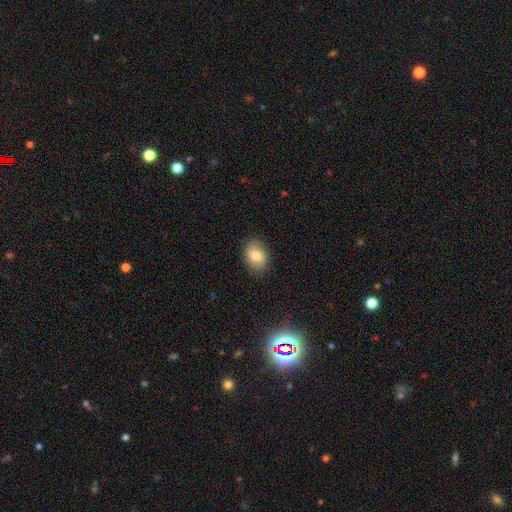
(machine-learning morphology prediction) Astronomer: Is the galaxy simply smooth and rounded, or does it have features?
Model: smooth — 77%.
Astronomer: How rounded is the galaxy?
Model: in between — 75%.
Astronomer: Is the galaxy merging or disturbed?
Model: none — 84%.